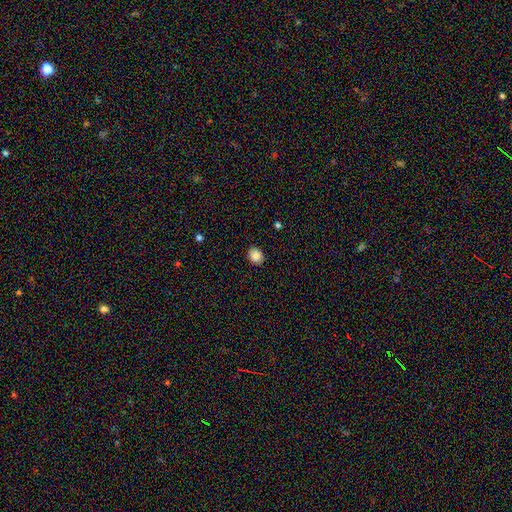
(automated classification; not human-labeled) This appears to be a smooth galaxy with no disk features (87%) that is round (65%). Merging: none (90%).